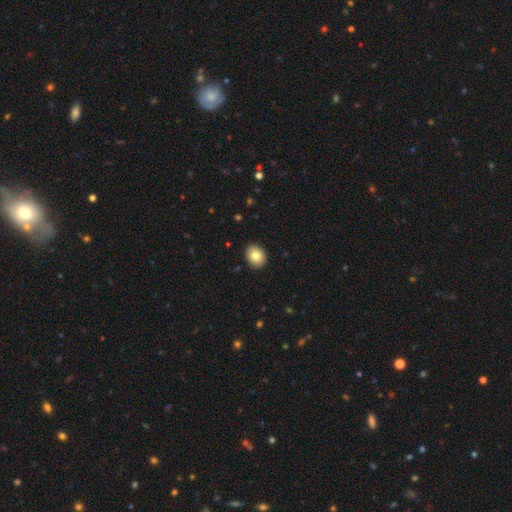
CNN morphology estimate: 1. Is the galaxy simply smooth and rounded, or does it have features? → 82% smooth, 10% featured or disk, 8% star or artifact.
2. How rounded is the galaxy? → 50% in between, 49% round, 1% cigar-shaped.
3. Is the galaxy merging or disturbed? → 91% none, 6% minor disturbance, 2% major disturbance, 1% merger.